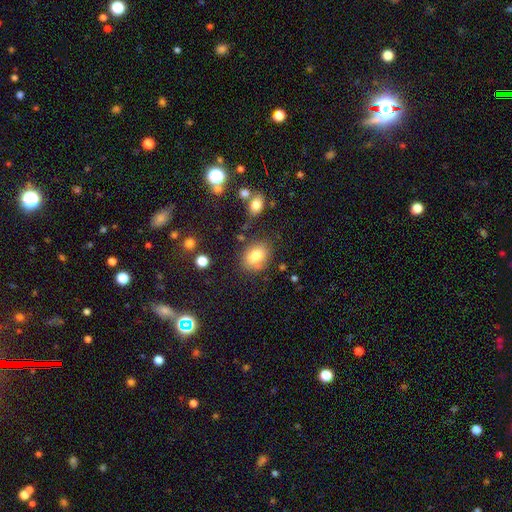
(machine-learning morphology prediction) smooth_or_featured: smooth (p=0.81) [alt: featured or disk p=0.10]
how_rounded: in between (p=0.66) [alt: round p=0.33]
merging: none (p=0.73) [alt: minor disturbance p=0.17]